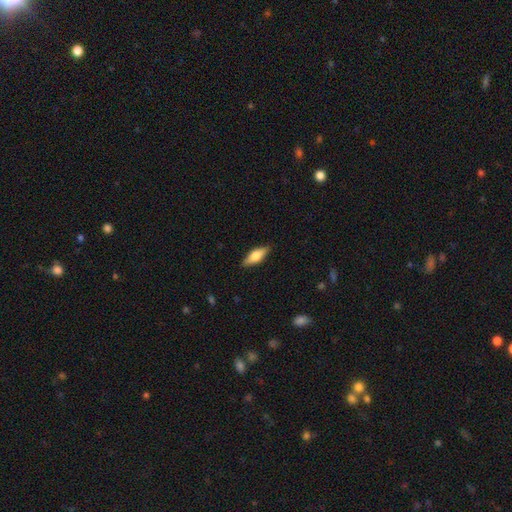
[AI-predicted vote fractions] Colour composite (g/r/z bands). It shows a smooth galaxy with no disk features (54%) that is in between round and cigar-shaped (65%). Merging: none (87%).